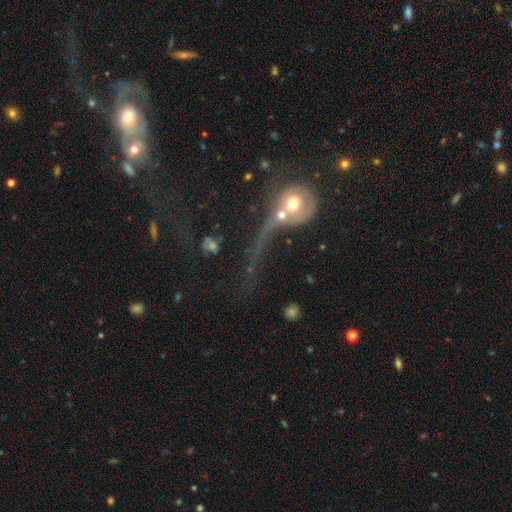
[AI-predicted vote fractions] Smooth or featured: featured or disk — 47% (smooth — 32%)
Merging: major disturbance — 35% (merger — 33%)